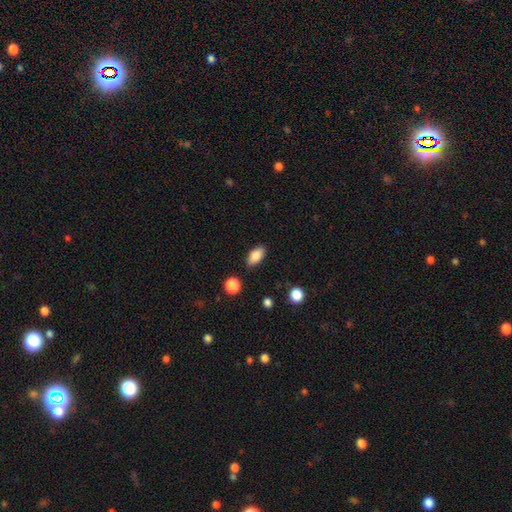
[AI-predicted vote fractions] Overall: smooth (85%). How rounded: in between (89%). Merging: none (85%).